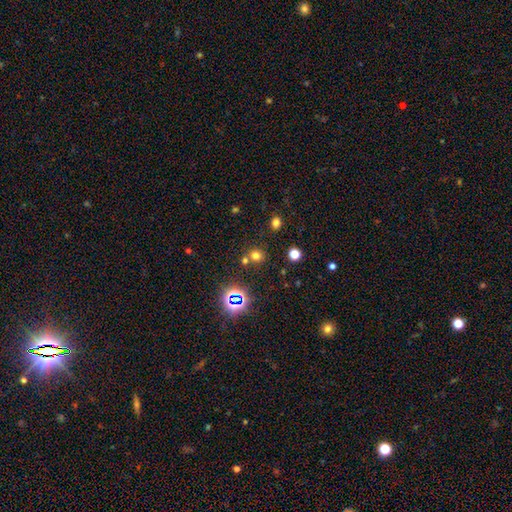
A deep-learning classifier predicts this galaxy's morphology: This is likely a smooth galaxy (63%). How rounded: clearly round (84%). Merging: likely none (70%).